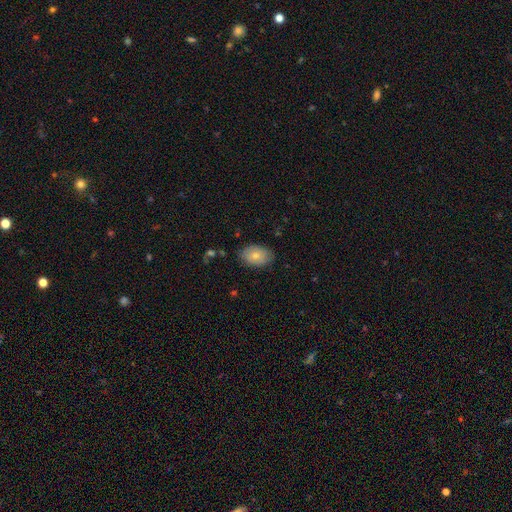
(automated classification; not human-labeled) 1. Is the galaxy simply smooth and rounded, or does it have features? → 76% smooth, 17% featured or disk, 7% star or artifact.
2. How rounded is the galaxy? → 87% in between, 11% round, 1% cigar-shaped.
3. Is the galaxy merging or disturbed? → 82% none, 14% minor disturbance, 3% major disturbance, 1% merger.